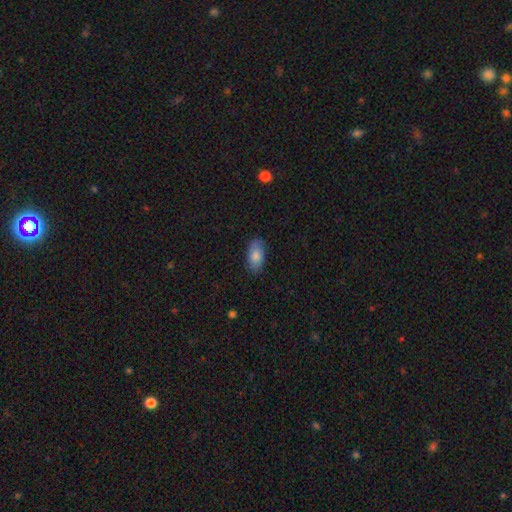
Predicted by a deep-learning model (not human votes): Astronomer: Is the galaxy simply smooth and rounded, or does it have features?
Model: smooth — 83%.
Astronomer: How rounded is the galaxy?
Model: in between — 91%.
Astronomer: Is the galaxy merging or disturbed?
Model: none — 85%.